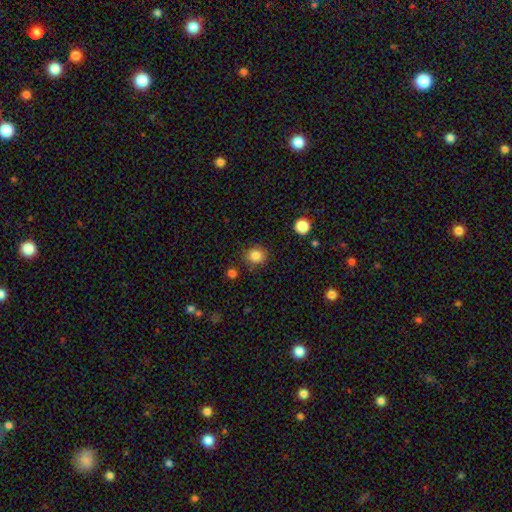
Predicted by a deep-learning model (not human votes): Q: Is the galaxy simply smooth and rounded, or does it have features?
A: smooth — 84%.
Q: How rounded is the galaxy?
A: round — 86%.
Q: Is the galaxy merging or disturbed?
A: none — 86%.